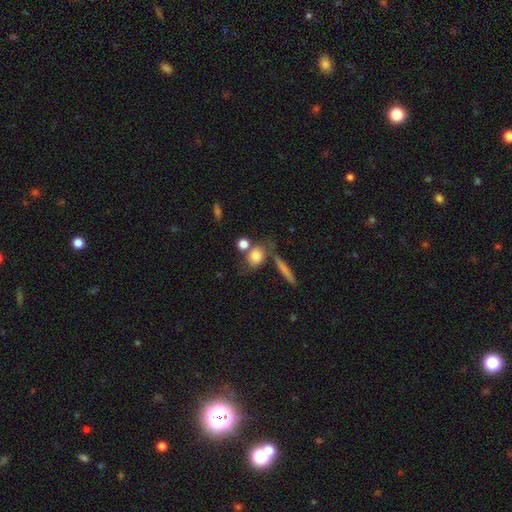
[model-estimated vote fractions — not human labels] smooth-or-featured: smooth: 78% | featured or disk: 14% | star or artifact: 9%
  how-rounded: round: 52% | in between: 41% | cigar-shaped: 7%
  merging: none: 55% | merger: 25% | minor disturbance: 14% | major disturbance: 7%